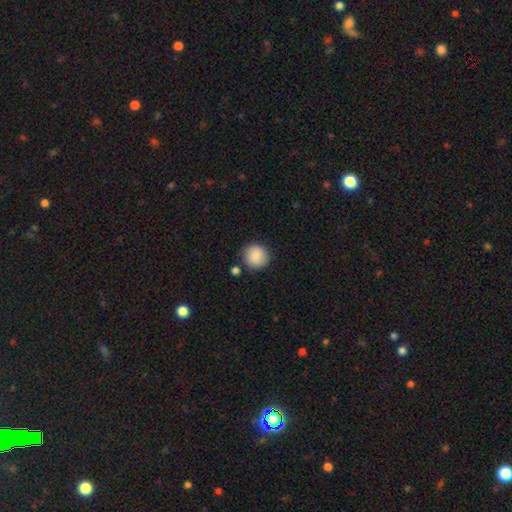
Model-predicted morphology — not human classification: The model was most divided on "merging": none: 81%, minor disturbance: 11%, merger: 5%, major disturbance: 3%. More confident: how rounded — round (92%); smooth or featured — smooth (86%).